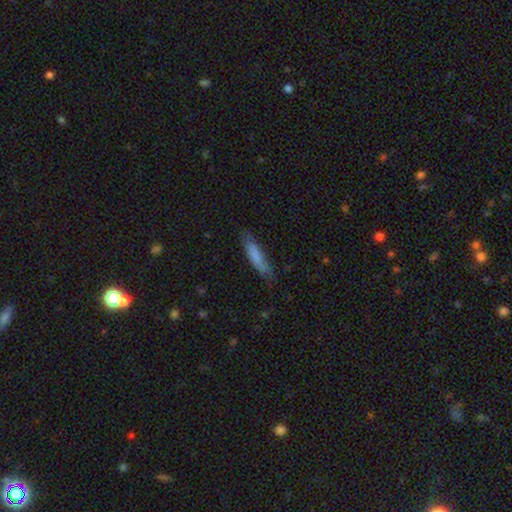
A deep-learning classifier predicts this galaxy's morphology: A smooth galaxy with no disk features (76%) that is cigar-shaped (81%). Merging: none (77%).